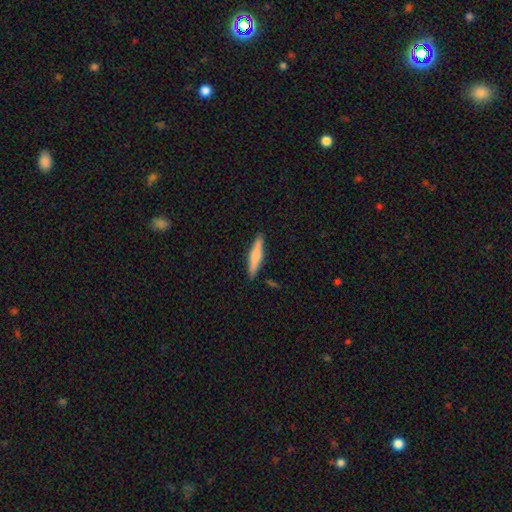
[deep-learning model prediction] Smooth or featured?
  - smooth: 67% *
  - featured or disk: 28%
  - star or artifact: 6%
How rounded?
  - cigar-shaped: 86% *
  - in between: 13%
  - round: 2%
Merging?
  - none: 88% *
  - minor disturbance: 8%
  - major disturbance: 2%
  - merger: 1%